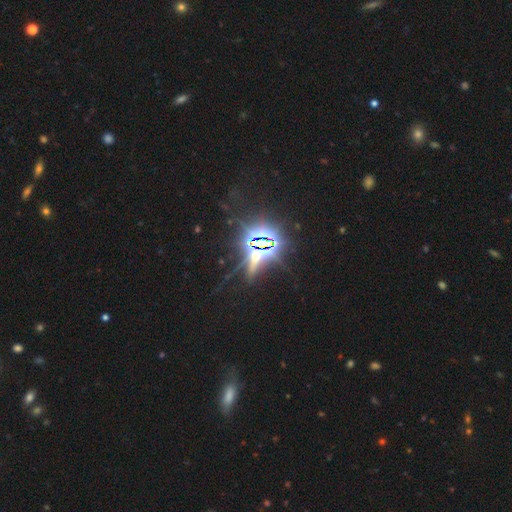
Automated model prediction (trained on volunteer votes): smooth_or_featured: star or artifact (p=0.77) [alt: featured or disk p=0.13]